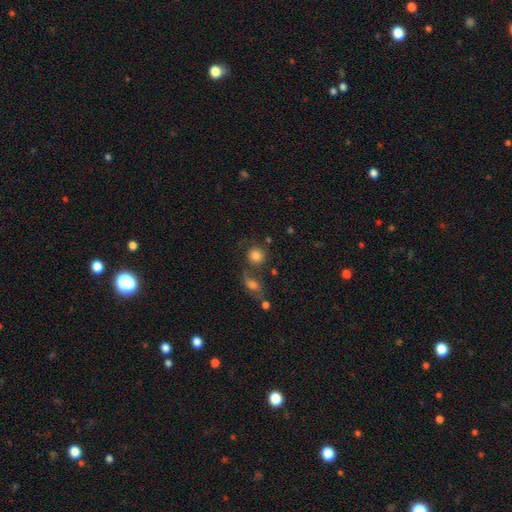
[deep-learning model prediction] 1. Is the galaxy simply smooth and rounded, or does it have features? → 76% smooth, 13% featured or disk, 11% star or artifact.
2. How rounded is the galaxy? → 86% round, 13% in between, 1% cigar-shaped.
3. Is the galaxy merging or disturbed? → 54% none, 22% merger, 15% minor disturbance, 9% major disturbance.